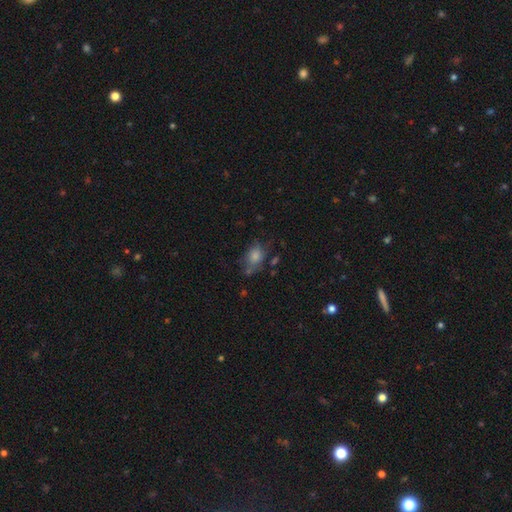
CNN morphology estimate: This appears to be a smooth galaxy with no disk features (64%) that is in between round and cigar-shaped (70%). Merging: none (55%).